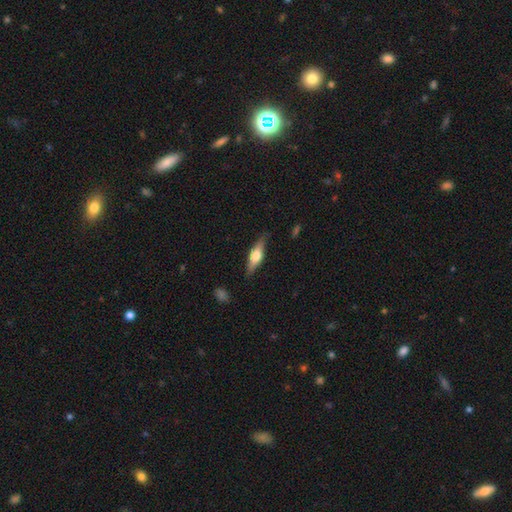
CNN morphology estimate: This is possibly a featured or disk galaxy (55%). It is clearly viewed edge-on (93%). Edge-on bulge: clearly rounded (91%). Merging: clearly none (83%).